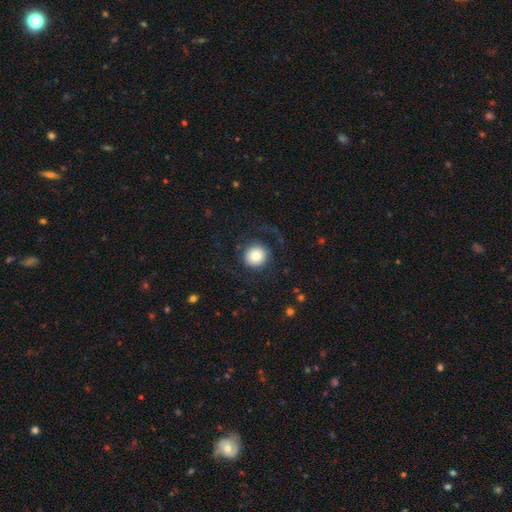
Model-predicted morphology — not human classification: This appears to be a smooth galaxy with no disk features (72%) that is round (95%). Merging: none (80%).